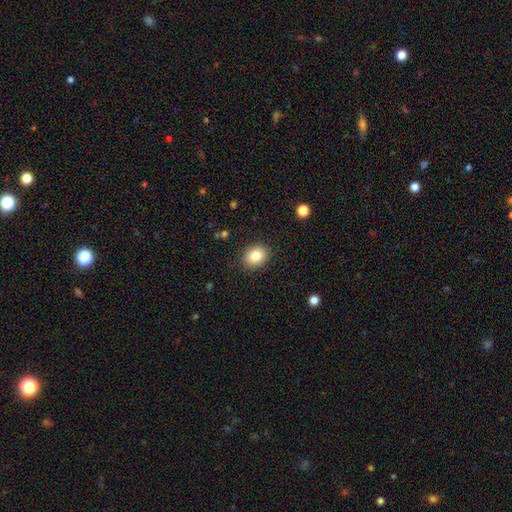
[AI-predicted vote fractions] Q: Smooth or featured?
A: smooth (83%); runner-up: star or artifact (9%)
Q: How rounded?
A: round (53%); runner-up: in between (46%)
Q: Merging?
A: none (88%); runner-up: minor disturbance (9%)